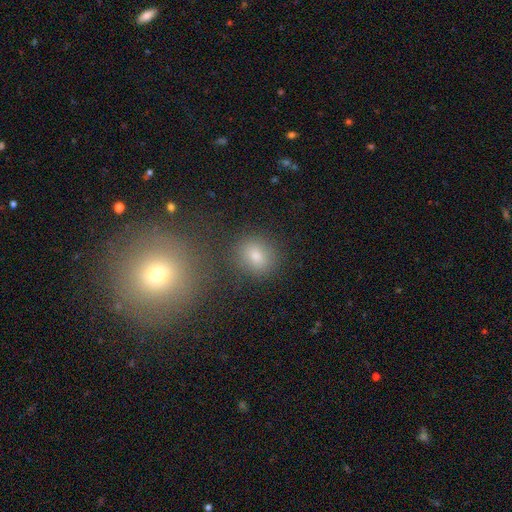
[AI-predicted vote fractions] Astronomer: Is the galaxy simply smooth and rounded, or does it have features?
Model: smooth — 78%.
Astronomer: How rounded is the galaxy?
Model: round — 64%.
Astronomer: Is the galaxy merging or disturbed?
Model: none — 80%.